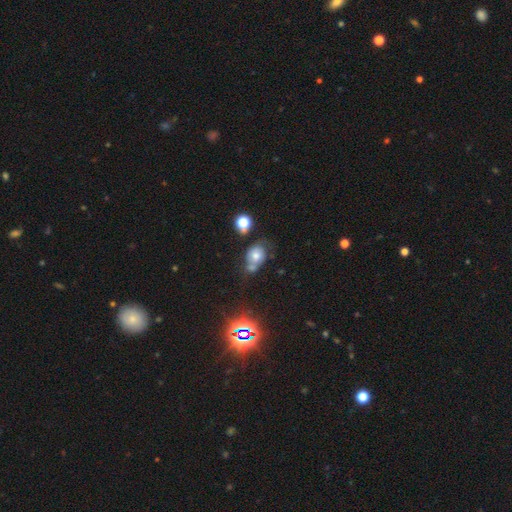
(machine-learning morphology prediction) This is possibly a smooth galaxy (60%). How rounded: possibly round (50%). Merging: marginally none (38%).